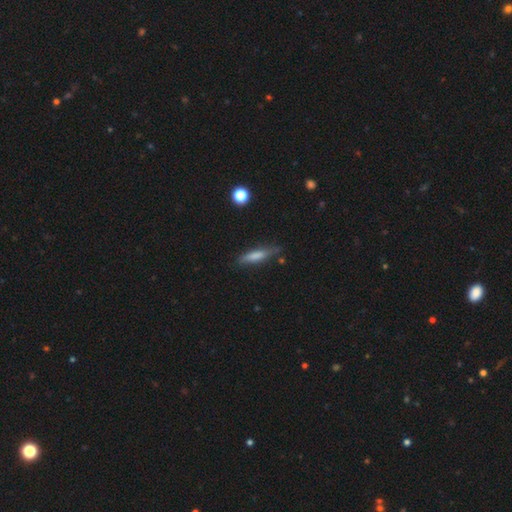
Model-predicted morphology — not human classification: Smooth or featured? Predicted: smooth (p=0.72). How rounded? Predicted: cigar-shaped (p=0.76). Merging? Predicted: none (p=0.72).